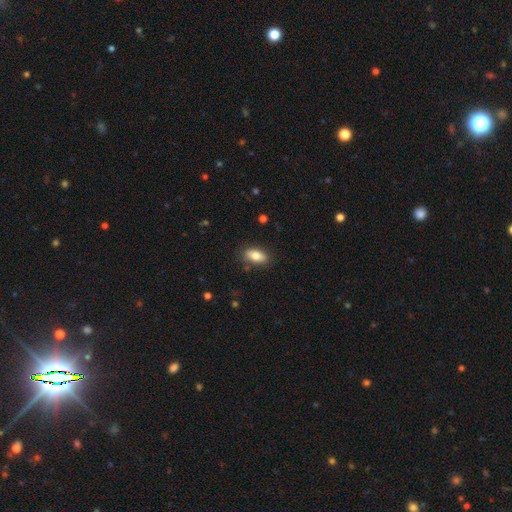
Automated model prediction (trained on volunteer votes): Smooth or featured?
  - smooth: 81% *
  - featured or disk: 11%
  - star or artifact: 7%
How rounded?
  - in between: 89% *
  - cigar-shaped: 7%
  - round: 4%
Merging?
  - none: 84% *
  - minor disturbance: 12%
  - major disturbance: 3%
  - merger: 2%